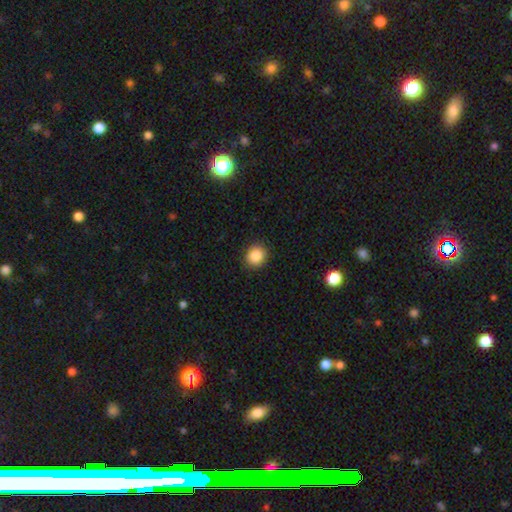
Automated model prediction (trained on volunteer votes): This is clearly a smooth galaxy (86%). How rounded: clearly round (82%). Merging: clearly none (91%).